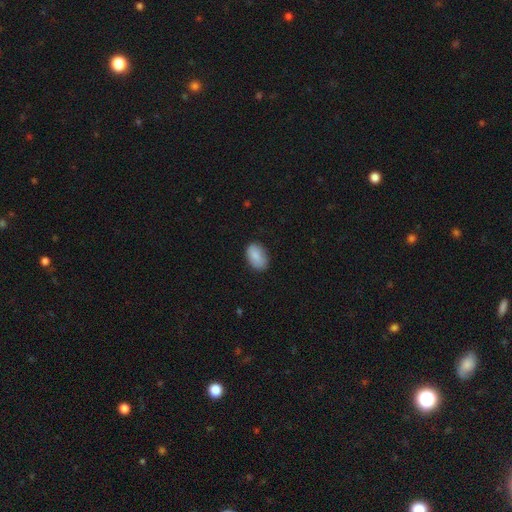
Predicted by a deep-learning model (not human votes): Morphology: type=smooth (85%); roundness=in between (90%); merging=none (79%).